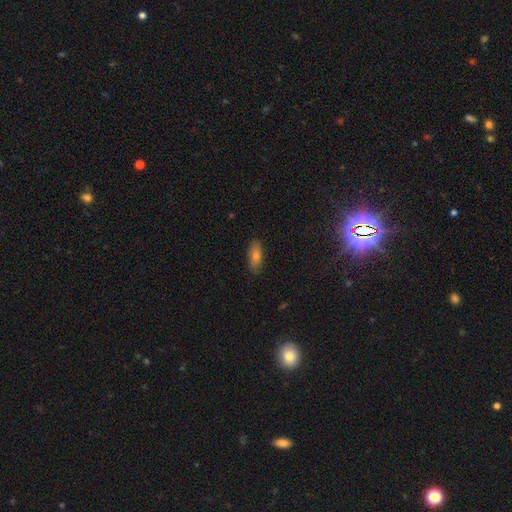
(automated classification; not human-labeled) This appears to be a smooth galaxy with no disk features (69%) that is in between round and cigar-shaped (74%). Merging: none (87%).